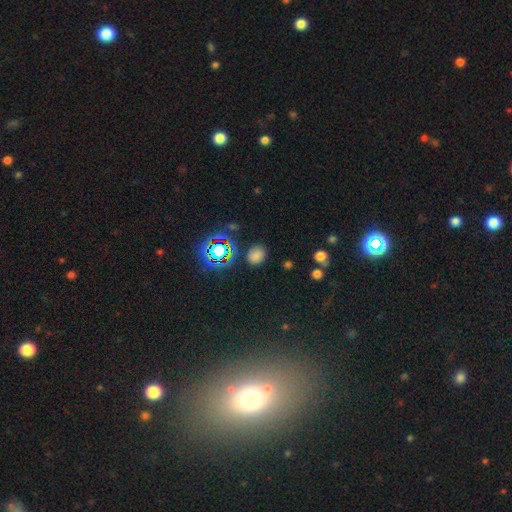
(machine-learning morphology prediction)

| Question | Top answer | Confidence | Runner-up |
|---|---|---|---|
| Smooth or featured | smooth | 66% | star or artifact (27%) |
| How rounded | round | 58% | in between (40%) |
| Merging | none | 79% | minor disturbance (14%) |